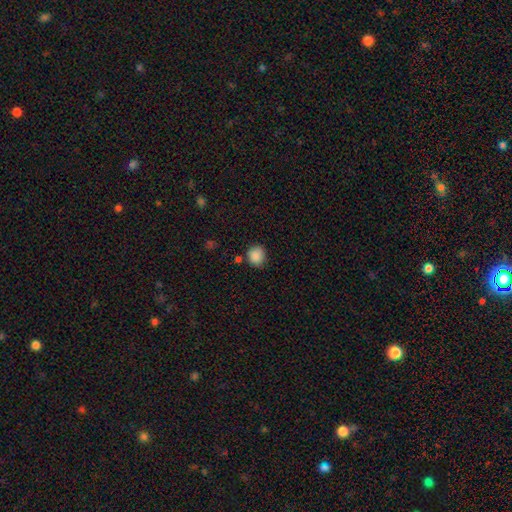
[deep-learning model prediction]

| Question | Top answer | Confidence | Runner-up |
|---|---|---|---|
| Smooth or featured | smooth | 87% | star or artifact (9%) |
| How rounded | round | 84% | in between (15%) |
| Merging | none | 78% | minor disturbance (13%) |